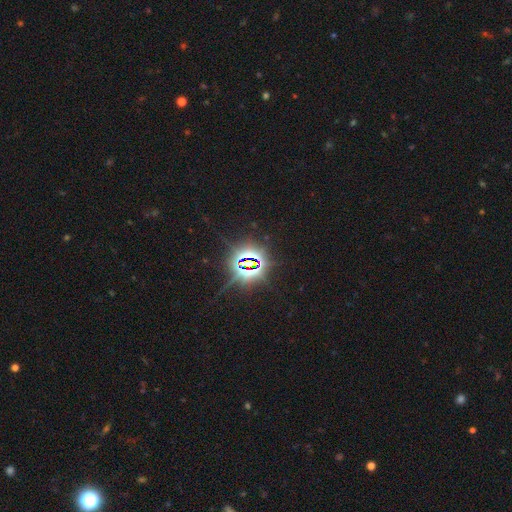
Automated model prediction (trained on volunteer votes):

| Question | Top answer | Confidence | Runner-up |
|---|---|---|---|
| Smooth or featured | star or artifact | 83% | smooth (9%) |